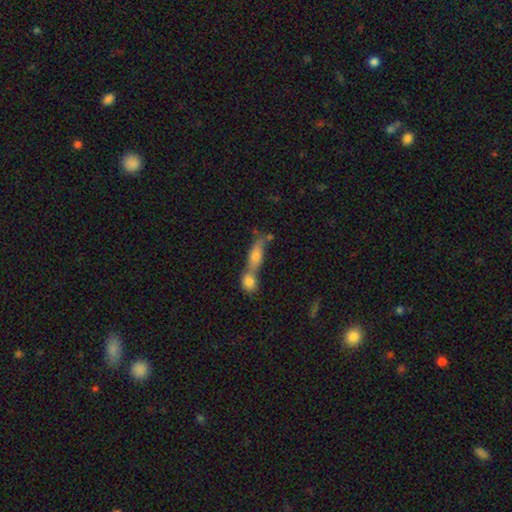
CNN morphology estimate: smooth_or_featured: smooth (p=0.67) [alt: featured or disk p=0.24]
how_rounded: in between (p=0.46) [alt: cigar-shaped p=0.44]
merging: merger (p=0.61) [alt: none p=0.27]